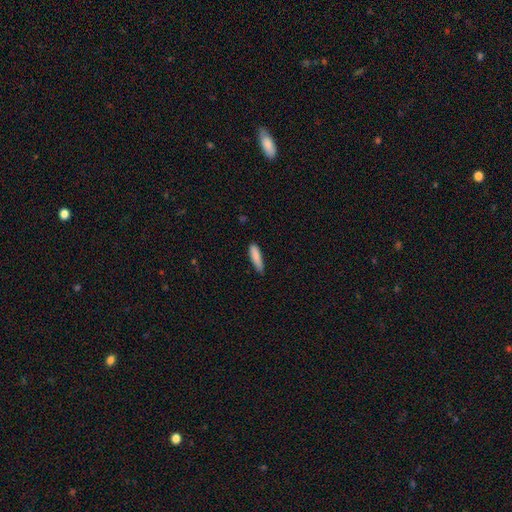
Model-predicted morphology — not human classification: type=smooth (86%); roundness=cigar-shaped (73%); merging=none (69%).